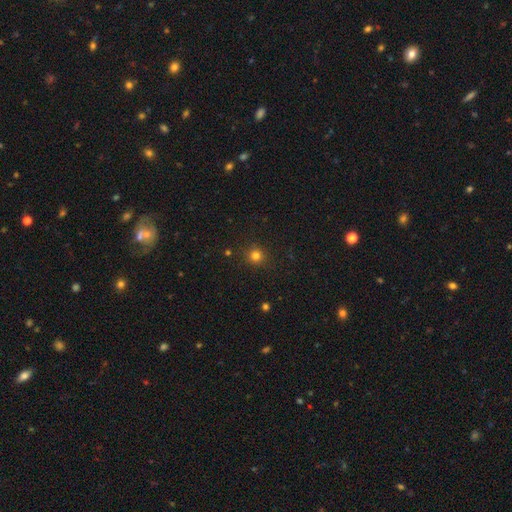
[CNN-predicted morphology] Smooth or featured: smooth — 79% (star or artifact — 16%)
How rounded: round — 93% (in between — 6%)
Merging: none — 90% (minor disturbance — 7%)